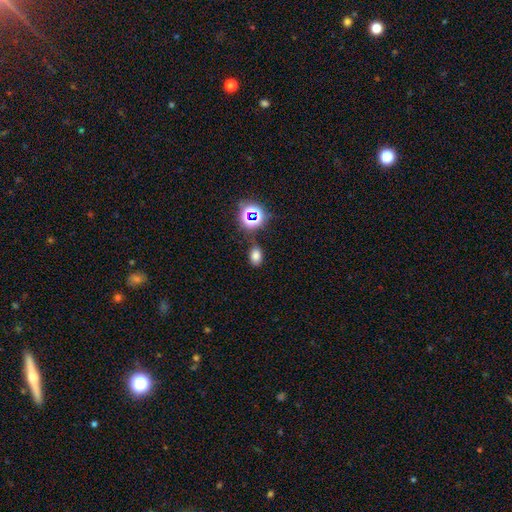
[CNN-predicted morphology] Smooth or featured? Predicted: smooth (p=0.71). How rounded? Predicted: in between (p=0.80). Merging? Predicted: none (p=0.78).